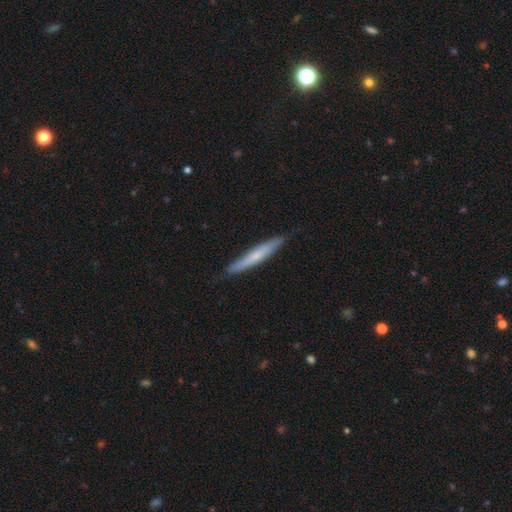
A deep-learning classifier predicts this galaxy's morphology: A smooth galaxy with no disk features (53%) that is cigar-shaped (95%).

Vote fractions:
- Smooth or featured? smooth: 53% / featured or disk: 41% / star or artifact: 6%
- How rounded? cigar-shaped: 95% / in between: 4% / round: 1%
- Merging? none: 87% / minor disturbance: 11% / major disturbance: 2% / merger: 1%